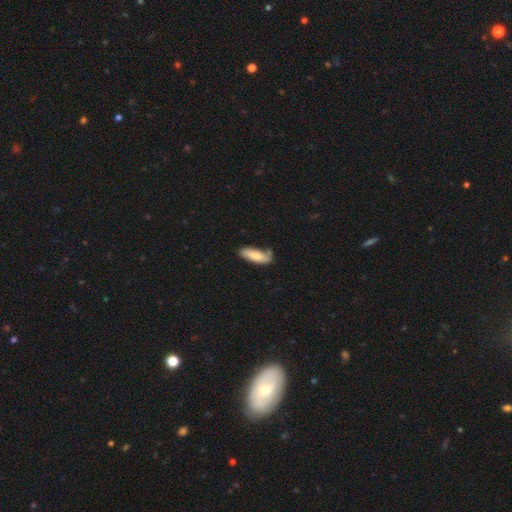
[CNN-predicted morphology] The model was most divided on "how rounded": in between: 57%, cigar-shaped: 41%, round: 2%. More confident: smooth or featured — smooth (74%); merging — none (61%).